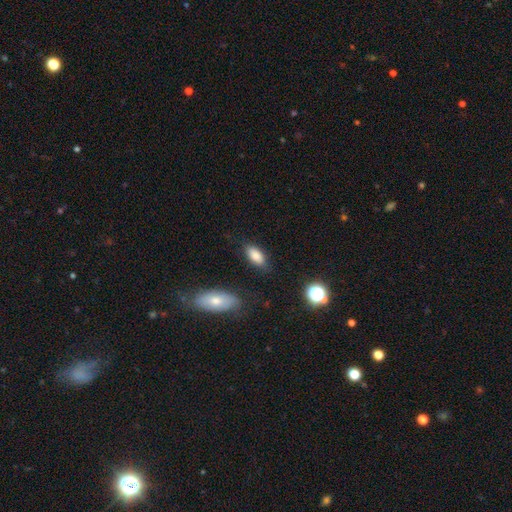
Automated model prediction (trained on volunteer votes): Q: Smooth or featured?
A: smooth (85%); runner-up: star or artifact (8%)
Q: How rounded?
A: in between (89%); runner-up: cigar-shaped (8%)
Q: Merging?
A: none (80%); runner-up: minor disturbance (14%)